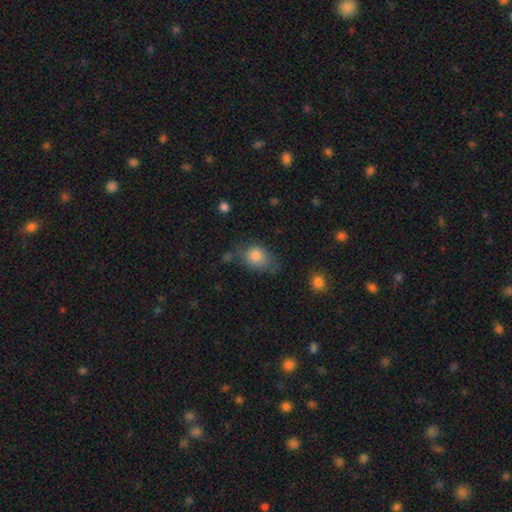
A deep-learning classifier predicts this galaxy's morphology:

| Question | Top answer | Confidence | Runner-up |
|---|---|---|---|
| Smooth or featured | smooth | 82% | featured or disk (9%) |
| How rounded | in between | 61% | round (38%) |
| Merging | none | 49% | minor disturbance (31%) |